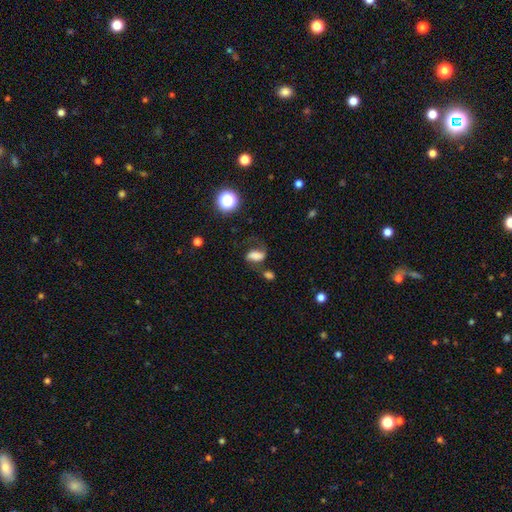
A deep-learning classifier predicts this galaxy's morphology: smooth 50%, featured or disk 35%, star or artifact 14%. Down the decision tree: how rounded — in between (79%); merging — none (47%).